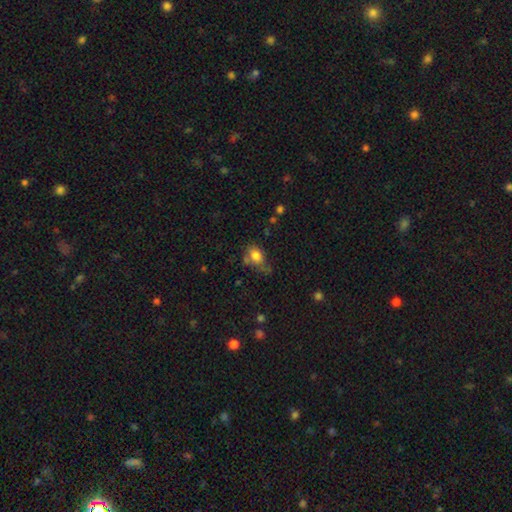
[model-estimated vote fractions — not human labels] smooth_or_featured: smooth (p=0.79) [alt: featured or disk p=0.11]
how_rounded: in between (p=0.70) [alt: round p=0.28]
merging: none (p=0.47) [alt: minor disturbance p=0.30]